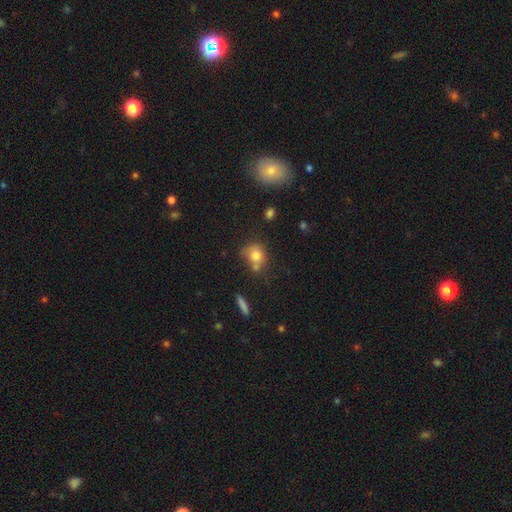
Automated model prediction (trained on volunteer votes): smooth 76%, featured or disk 12%, star or artifact 11%. Down the decision tree: how rounded — round (70%); merging — none (45%).